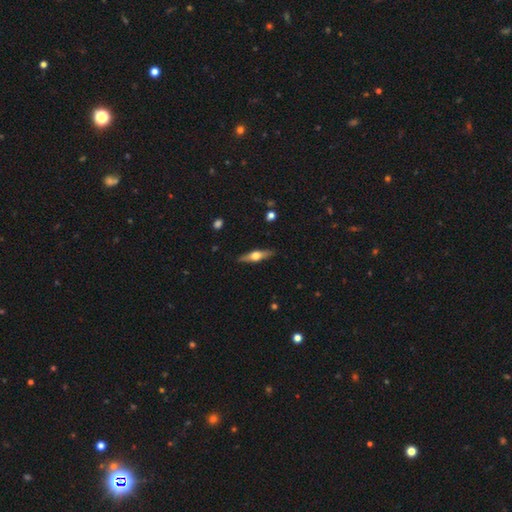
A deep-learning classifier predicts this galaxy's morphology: Smooth or featured? featured or disk (66%)
Edge-on disk? yes (95%)
Edge-on bulge? rounded (95%)
Merging? none (90%)